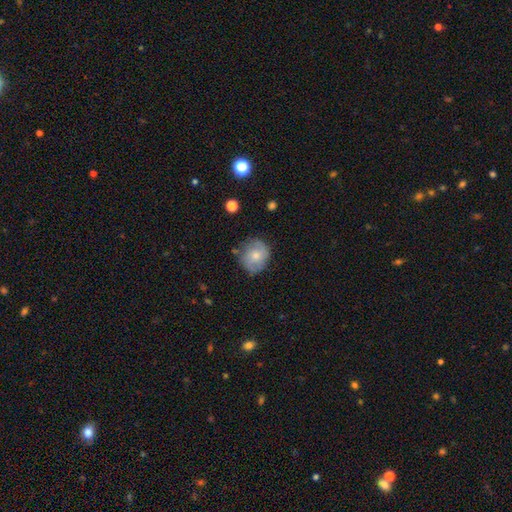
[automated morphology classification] Smooth or featured: smooth — 58% (featured or disk — 34%)
How rounded: round — 81% (in between — 18%)
Merging: none — 70% (minor disturbance — 21%)